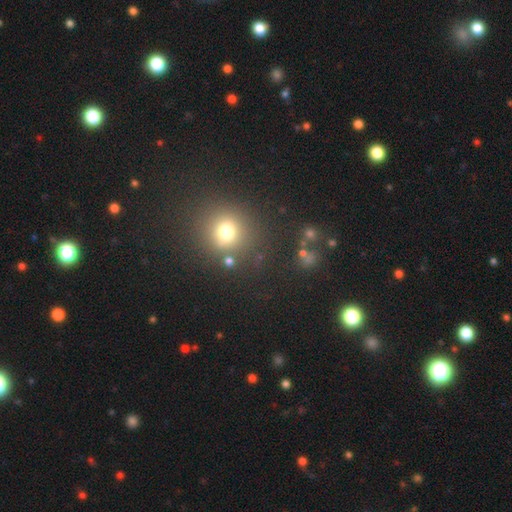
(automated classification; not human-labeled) Smooth or featured? Predicted: smooth (p=0.62). How rounded? Predicted: round (p=0.88). Merging? Predicted: none (p=0.85).